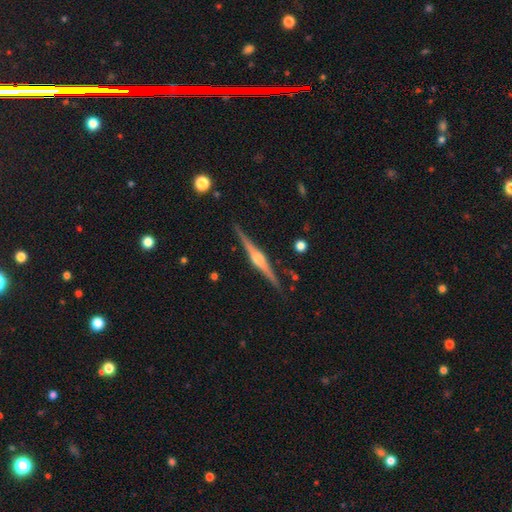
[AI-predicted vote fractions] smooth-or-featured: featured or disk: 86% | smooth: 9% | star or artifact: 5%
  disk-edge-on: yes: 98% | no: 2%
    edge-on-bulge: rounded: 89% | boxy: 7% | none: 3%
  merging: none: 90% | minor disturbance: 7% | merger: 1% | major disturbance: 1%